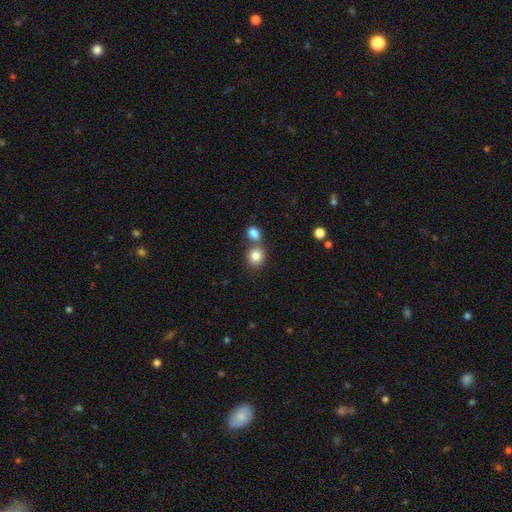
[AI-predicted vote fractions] smooth_or_featured: smooth (p=0.84) [alt: star or artifact p=0.09]
how_rounded: round (p=0.78) [alt: in between p=0.21]
merging: none (p=0.53) [alt: merger p=0.36]